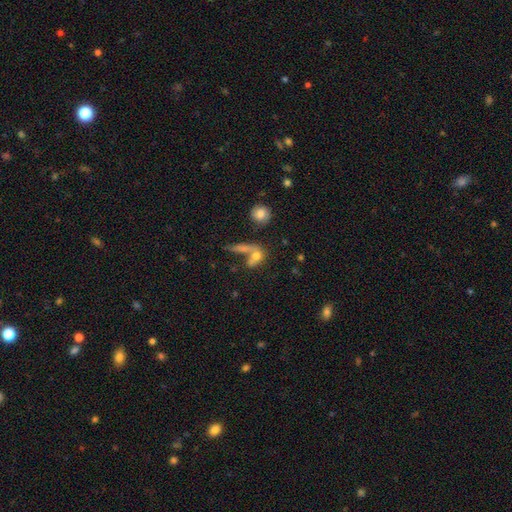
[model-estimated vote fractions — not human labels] Smooth or featured: smooth — 68% (featured or disk — 19%)
How rounded: round — 46% (in between — 42%)
Merging: merger — 44% (none — 35%)